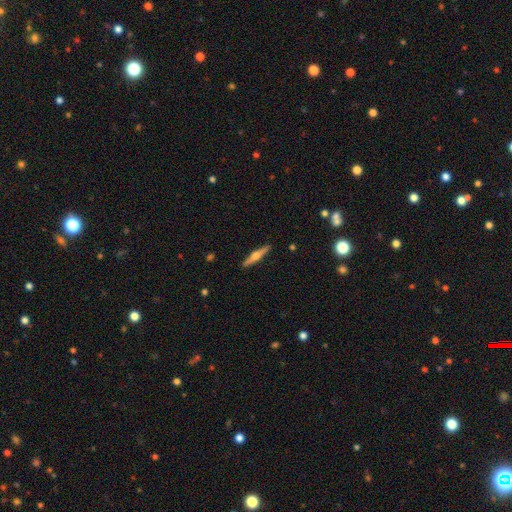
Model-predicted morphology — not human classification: featured or disk 66%, smooth 28%, star or artifact 5%. Down the decision tree: edge-on disk — yes (97%); edge-on bulge — rounded (93%); merging — none (91%).